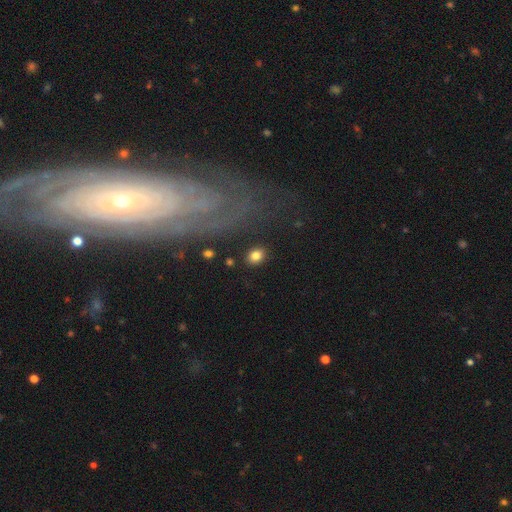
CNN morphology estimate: Q: Smooth or featured?
A: smooth (82%); runner-up: star or artifact (10%)
Q: How rounded?
A: in between (54%); runner-up: round (44%)
Q: Merging?
A: none (87%); runner-up: minor disturbance (8%)